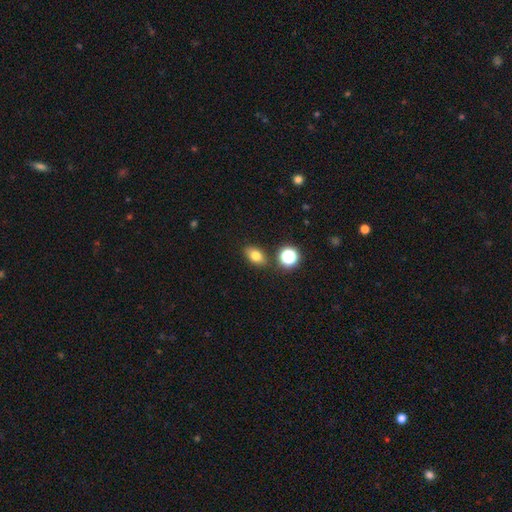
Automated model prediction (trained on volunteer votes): Morphology: type=smooth (77%); roundness=in between (79%); merging=none (82%).